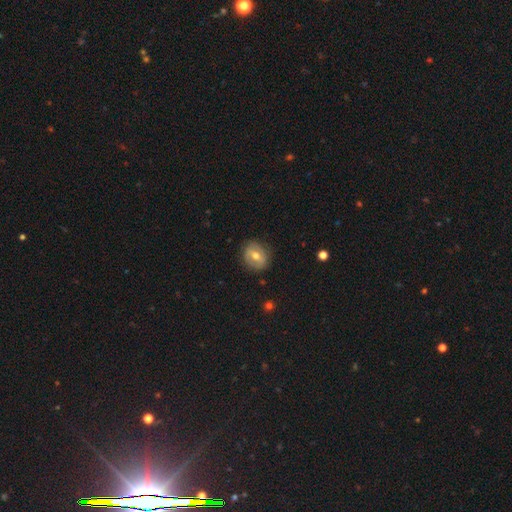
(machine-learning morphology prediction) This appears to be a smooth galaxy with no disk features (47%). Merging: none (81%).